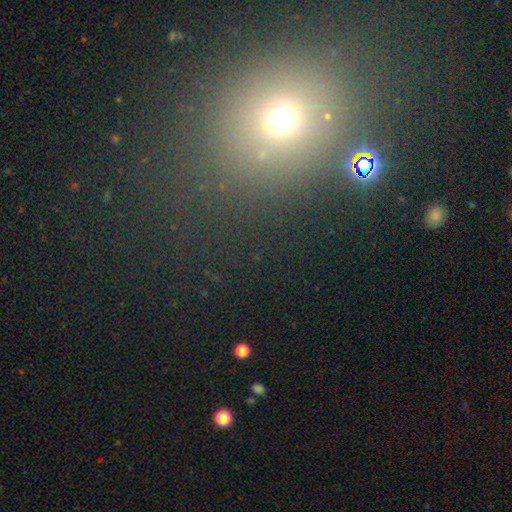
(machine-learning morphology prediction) This appears to be a smooth galaxy with no disk features (46%). Merging: none (80%).